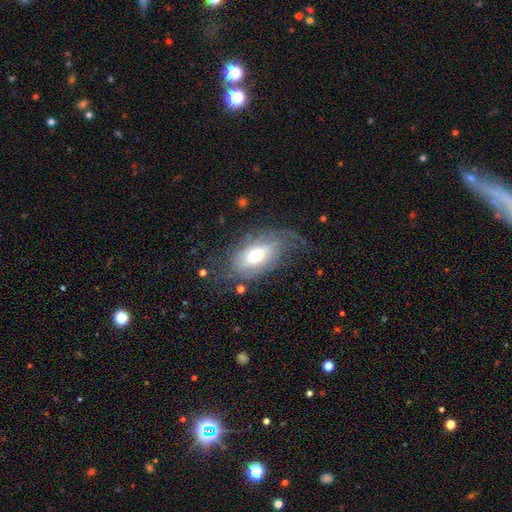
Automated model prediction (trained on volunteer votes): The model was most divided on "smooth or featured": featured or disk: 59%, smooth: 34%, star or artifact: 7%. More confident: edge-on disk — no (91%); spiral arms — yes (73%); bar — no (67%); bulge size — moderate (59%); merging — none (50%).